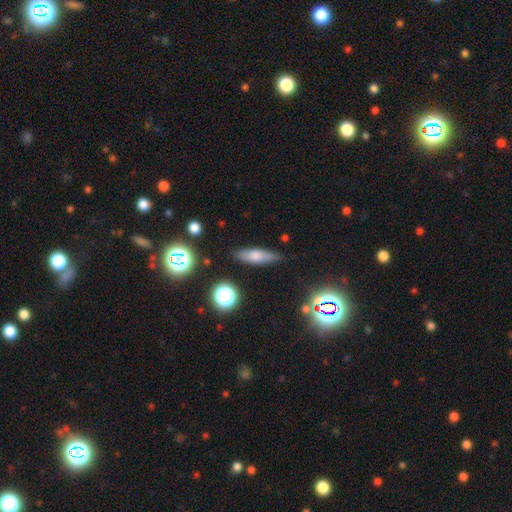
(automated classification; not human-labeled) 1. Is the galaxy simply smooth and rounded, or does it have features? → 65% smooth, 25% featured or disk, 10% star or artifact.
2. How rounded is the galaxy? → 59% cigar-shaped, 37% in between, 4% round.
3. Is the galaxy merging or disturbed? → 84% none, 11% minor disturbance, 3% major disturbance, 2% merger.